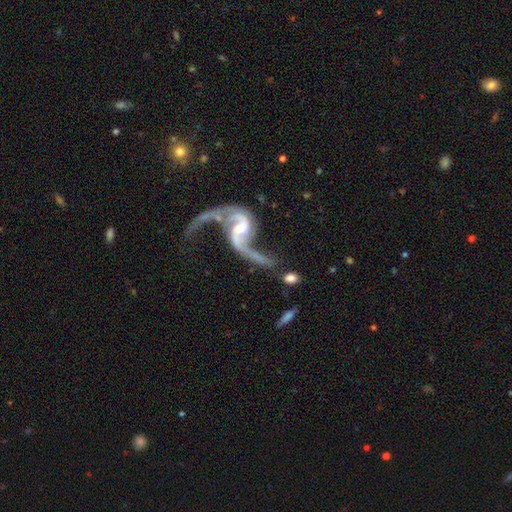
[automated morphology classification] smooth_or_featured: featured or disk (p=0.90) [alt: star or artifact p=0.05]
disk_edge_on: no (p=0.97) [alt: yes p=0.03]
bar: weak (p=0.48) [alt: no p=0.30]
has_spiral_arms: yes (p=0.96) [alt: no p=0.04]
spiral_winding: loose (p=0.83) [alt: medium p=0.13]
spiral_arm_count: 2 (p=0.91) [alt: 1 p=0.03]
bulge_size: small (p=0.47) [alt: moderate p=0.36]
merging: none (p=0.44) [alt: major disturbance p=0.26]